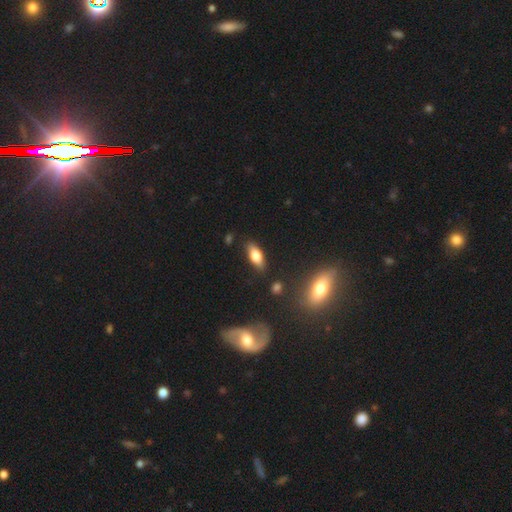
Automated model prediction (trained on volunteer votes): Morphology: type=smooth (72%); roundness=in between (77%); merging=none (83%).